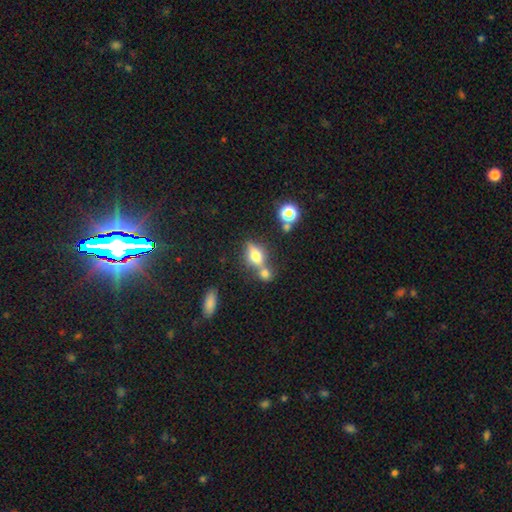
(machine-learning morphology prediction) type=smooth (61%); roundness=in between (63%); merging=none (45%).